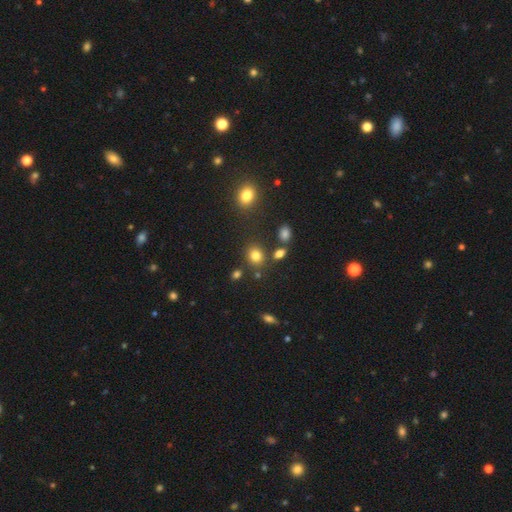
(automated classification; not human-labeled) Morphology: type=smooth (80%); roundness=round (67%); merging=none (78%).